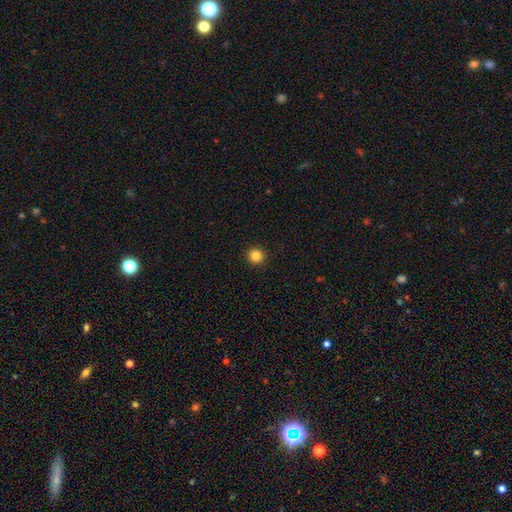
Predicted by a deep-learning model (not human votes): This is clearly a smooth galaxy (84%). How rounded: clearly round (94%). Merging: clearly none (93%).